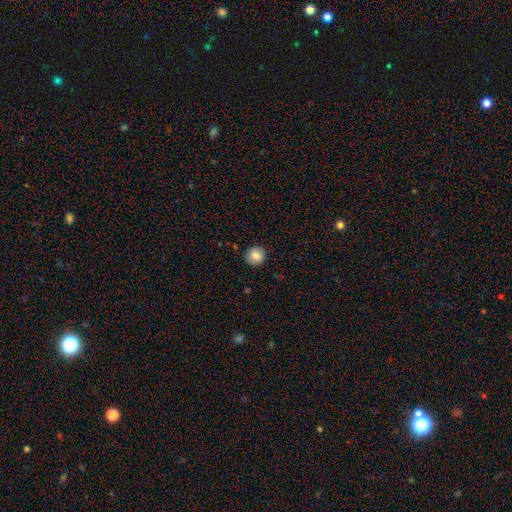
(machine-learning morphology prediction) Smooth or featured? Predicted: smooth (p=0.81). How rounded? Predicted: round (p=0.89). Merging? Predicted: none (p=0.89).